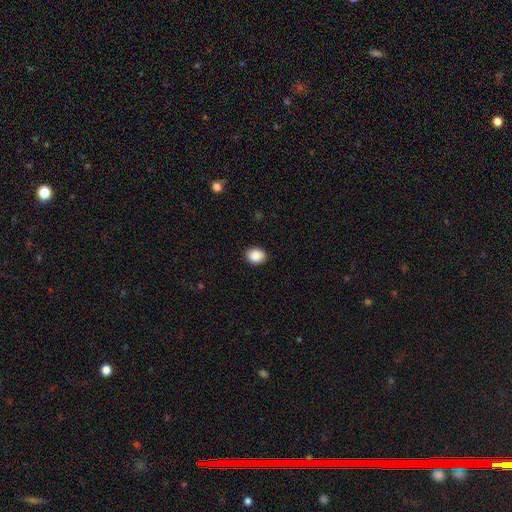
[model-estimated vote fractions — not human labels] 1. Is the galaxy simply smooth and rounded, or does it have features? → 90% smooth, 8% star or artifact, 3% featured or disk.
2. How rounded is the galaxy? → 53% in between, 46% round, 1% cigar-shaped.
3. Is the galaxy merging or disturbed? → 90% none, 7% minor disturbance, 2% major disturbance, 1% merger.